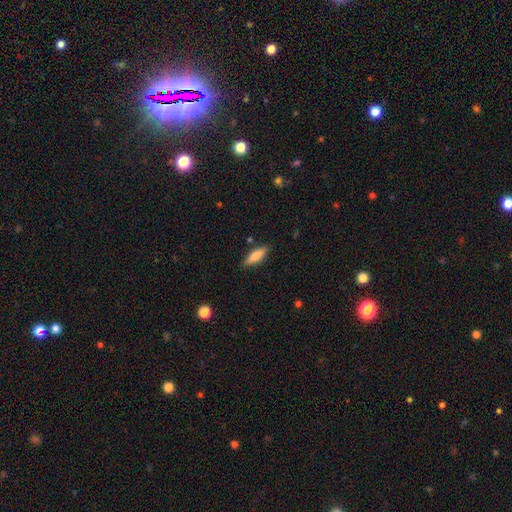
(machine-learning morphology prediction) Q: Smooth or featured?
A: smooth (79%); runner-up: featured or disk (15%)
Q: How rounded?
A: cigar-shaped (50%); runner-up: in between (48%)
Q: Merging?
A: none (84%); runner-up: minor disturbance (12%)